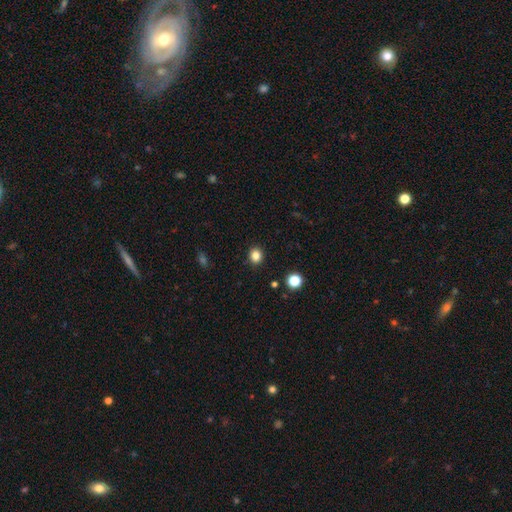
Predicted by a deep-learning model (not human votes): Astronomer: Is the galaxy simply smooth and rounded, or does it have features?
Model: smooth — 83%.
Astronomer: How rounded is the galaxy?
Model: round — 71%.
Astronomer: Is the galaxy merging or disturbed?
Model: none — 90%.